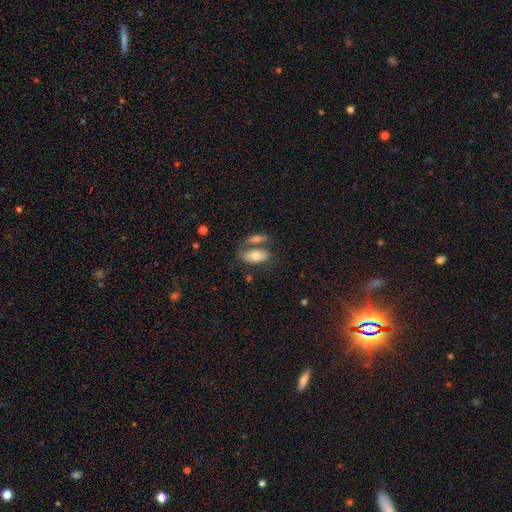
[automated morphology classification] Smooth or featured? smooth (67%)
How rounded? in between (90%)
Merging? none (45%)